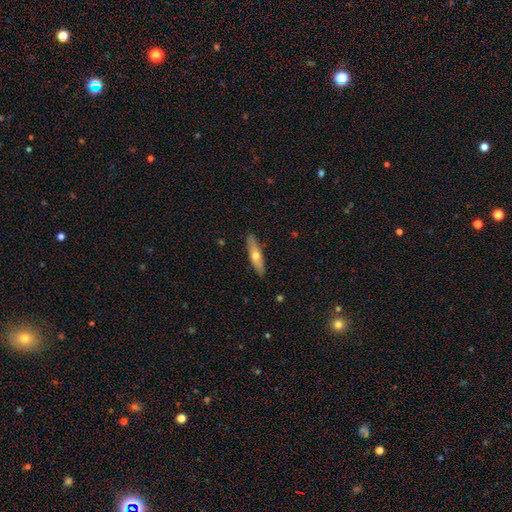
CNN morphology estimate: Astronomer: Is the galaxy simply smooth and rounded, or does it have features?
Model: smooth — 55% (runner-up: featured or disk, 39%).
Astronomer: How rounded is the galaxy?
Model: cigar-shaped — 70%.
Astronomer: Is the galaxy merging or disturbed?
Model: none — 88%.